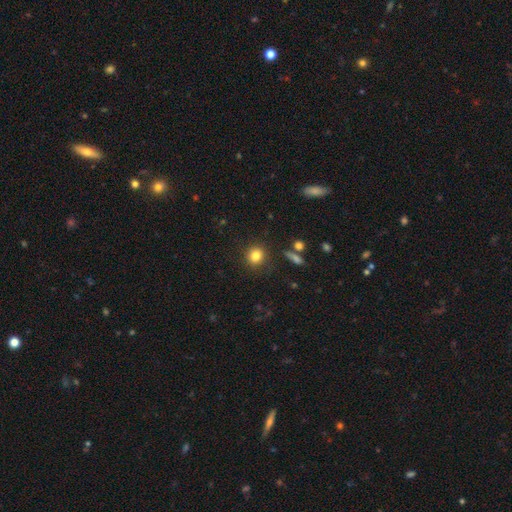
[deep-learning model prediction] Q: Smooth or featured?
A: smooth (82%); runner-up: star or artifact (11%)
Q: How rounded?
A: round (85%); runner-up: in between (14%)
Q: Merging?
A: none (87%); runner-up: minor disturbance (8%)